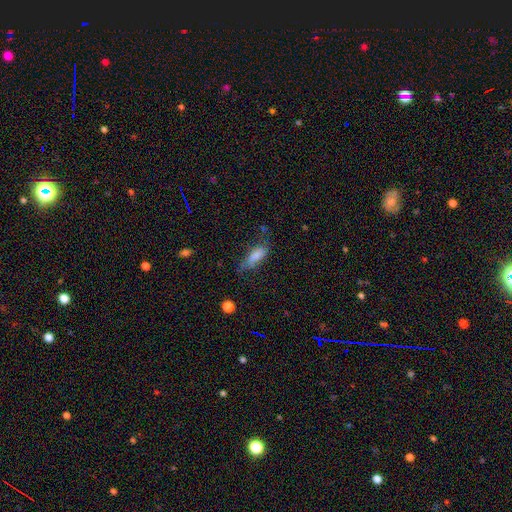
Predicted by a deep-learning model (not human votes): Overall: smooth (79%). How rounded: in between (66%; cigar-shaped 32%). Merging: none (48%; minor disturbance 34%).